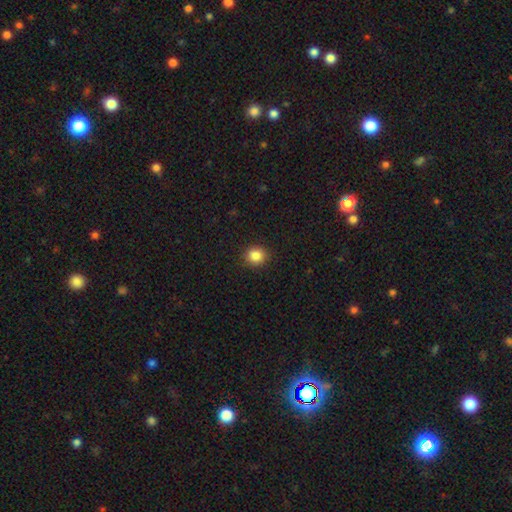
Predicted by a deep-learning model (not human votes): Q: Smooth or featured?
A: smooth (86%); runner-up: star or artifact (10%)
Q: How rounded?
A: round (83%); runner-up: in between (16%)
Q: Merging?
A: none (90%); runner-up: minor disturbance (7%)